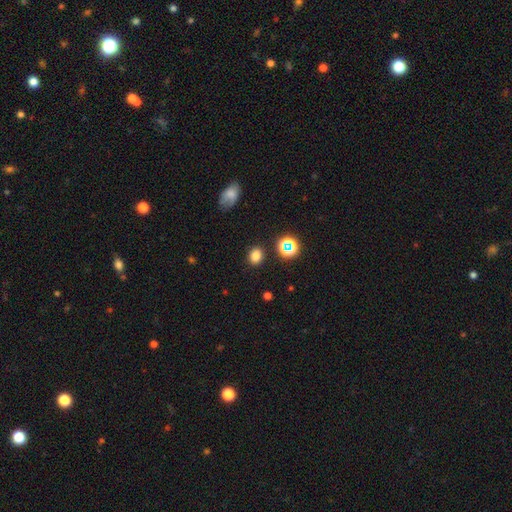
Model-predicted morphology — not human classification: Smooth or featured?
  - smooth: 78% *
  - star or artifact: 17%
  - featured or disk: 6%
How rounded?
  - round: 55% *
  - in between: 43%
  - cigar-shaped: 1%
Merging?
  - none: 86% *
  - minor disturbance: 9%
  - major disturbance: 3%
  - merger: 2%